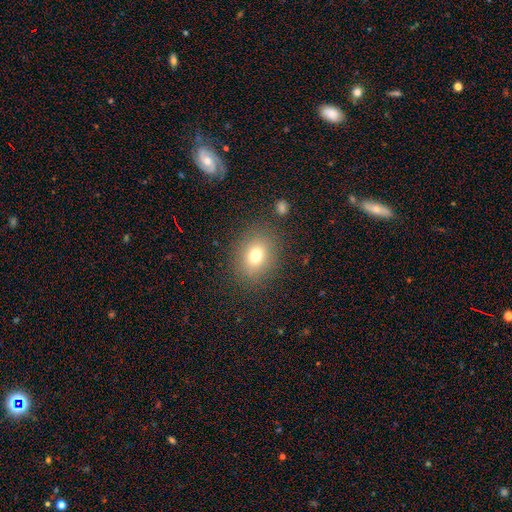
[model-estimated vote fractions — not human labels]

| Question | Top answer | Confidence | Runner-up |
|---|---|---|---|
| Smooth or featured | smooth | 74% | star or artifact (14%) |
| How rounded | round | 53% | in between (46%) |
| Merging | none | 84% | minor disturbance (10%) |